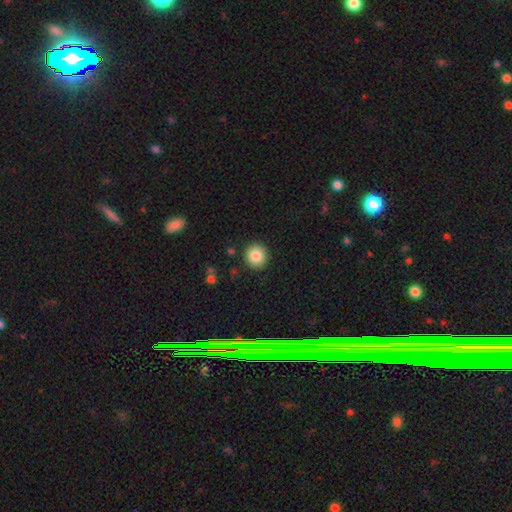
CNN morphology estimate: The model was most divided on "smooth or featured": smooth: 85%, star or artifact: 9%, featured or disk: 6%. More confident: how rounded — round (91%); merging — none (91%).